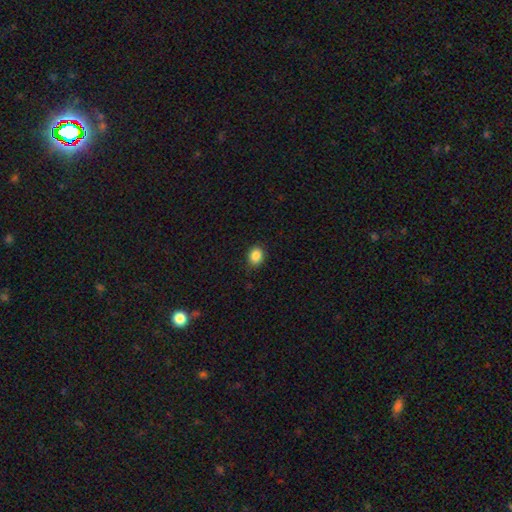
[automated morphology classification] smooth 87%, star or artifact 9%, featured or disk 4%. Down the decision tree: how rounded — in between (55%); merging — none (86%).